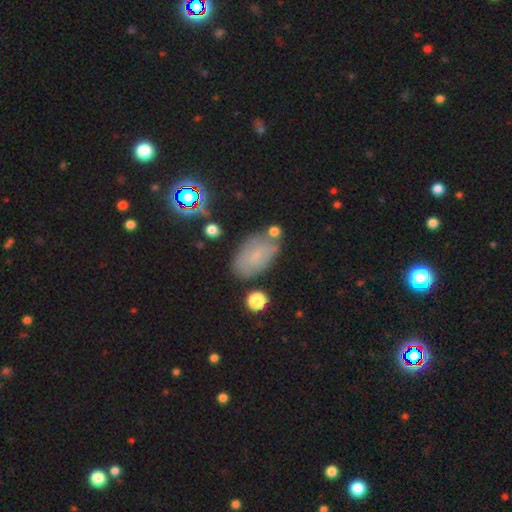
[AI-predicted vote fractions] The model was most divided on "smooth or featured": smooth: 57%, featured or disk: 28%, star or artifact: 16%. More confident: how rounded — in between (91%); merging — none (67%).